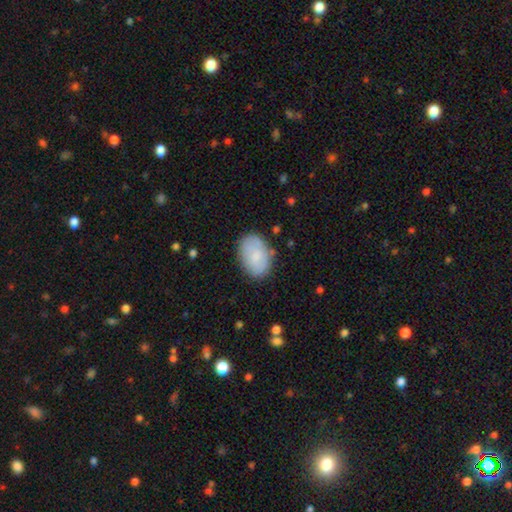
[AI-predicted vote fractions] smooth 79%, featured or disk 14%, star or artifact 6%. Down the decision tree: how rounded — in between (85%); merging — none (79%).